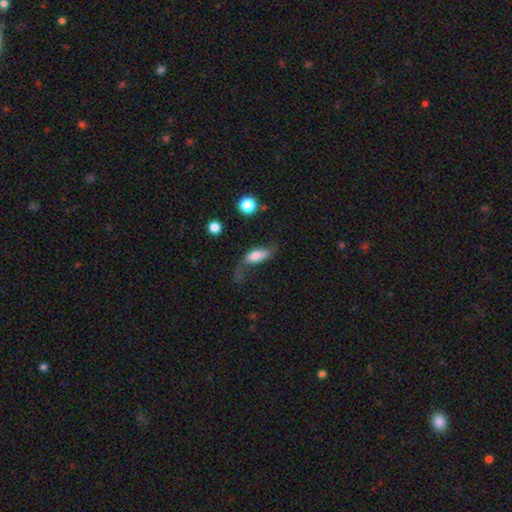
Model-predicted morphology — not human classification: Smooth or featured: smooth — 50% (featured or disk — 42%)
How rounded: in between — 77% (cigar-shaped — 18%)
Merging: major disturbance — 36% (none — 33%)